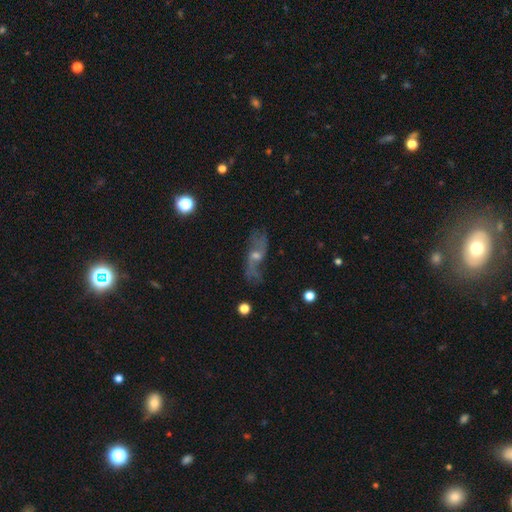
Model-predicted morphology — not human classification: Smooth or featured: featured or disk — 71% (smooth — 18%)
Edge-on disk: no — 83% (yes — 17%)
Bar: no — 56% (weak — 36%)
Spiral arms: yes — 82% (no — 18%)
Bulge size: moderate — 46% (tied with small — 46%)
Merging: none — 63% (minor disturbance — 20%)